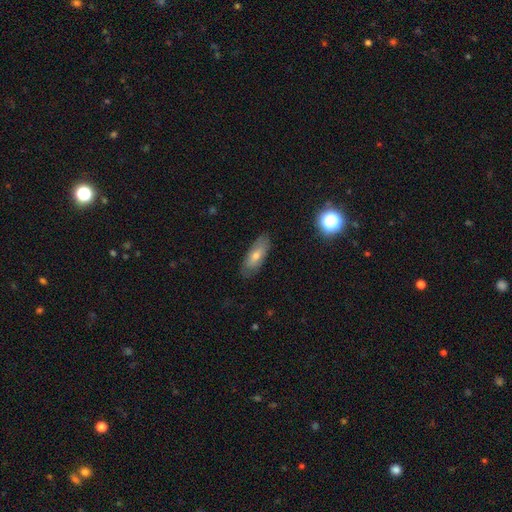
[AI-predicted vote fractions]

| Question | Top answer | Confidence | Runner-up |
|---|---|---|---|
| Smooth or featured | smooth | 57% | featured or disk (33%) |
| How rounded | in between | 67% | cigar-shaped (29%) |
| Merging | none | 82% | minor disturbance (14%) |